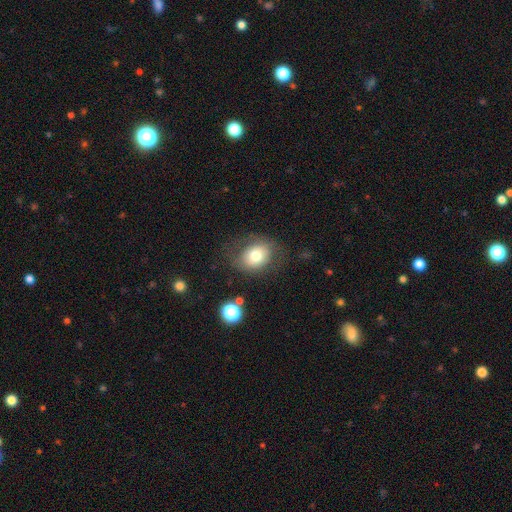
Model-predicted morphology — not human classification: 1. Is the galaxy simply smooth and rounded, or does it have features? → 71% smooth, 19% featured or disk, 10% star or artifact.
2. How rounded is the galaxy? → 56% in between, 43% round, 1% cigar-shaped.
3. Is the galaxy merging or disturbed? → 68% none, 18% minor disturbance, 12% major disturbance, 2% merger.